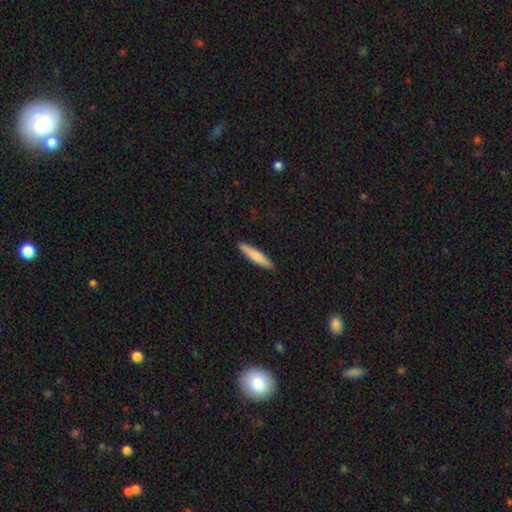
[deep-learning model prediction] smooth_or_featured: smooth (p=0.74) [alt: featured or disk p=0.21]
how_rounded: cigar-shaped (p=0.91) [alt: in between p=0.08]
merging: none (p=0.91) [alt: minor disturbance p=0.06]